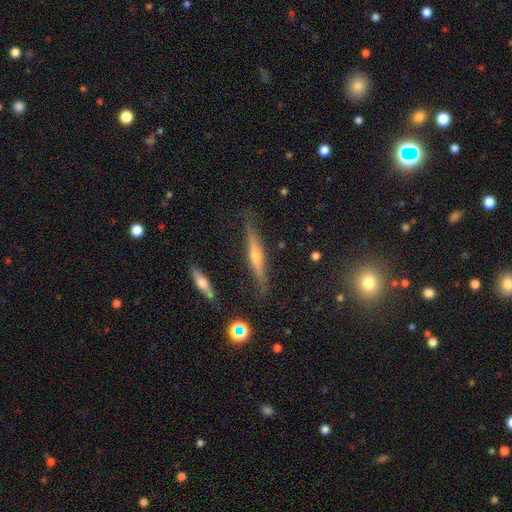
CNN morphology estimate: Smooth or featured? Predicted: featured or disk (p=0.66). Edge-on disk? Predicted: yes (p=0.96). Edge-on bulge? Predicted: rounded (p=0.79). Merging? Predicted: none (p=0.82).